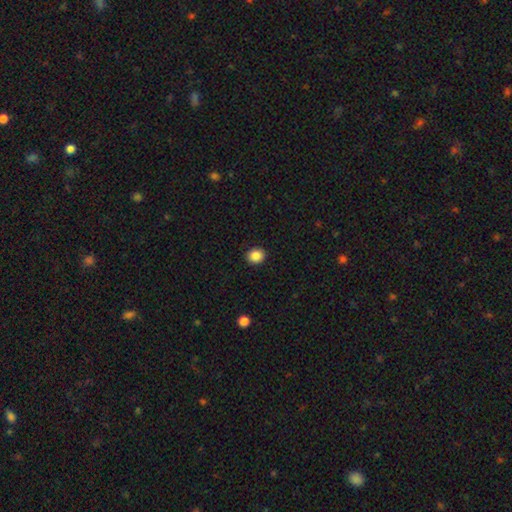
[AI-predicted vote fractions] Smooth or featured? Predicted: smooth (p=0.87). How rounded? Predicted: round (p=0.73). Merging? Predicted: none (p=0.92).